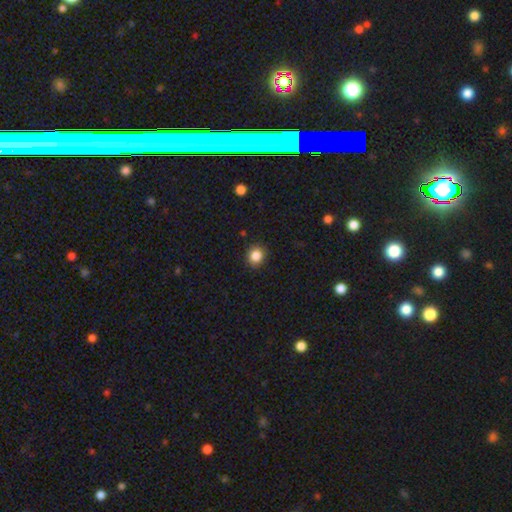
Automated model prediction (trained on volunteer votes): Smooth or featured? Predicted: smooth (p=0.86). How rounded? Predicted: round (p=0.79). Merging? Predicted: none (p=0.90).